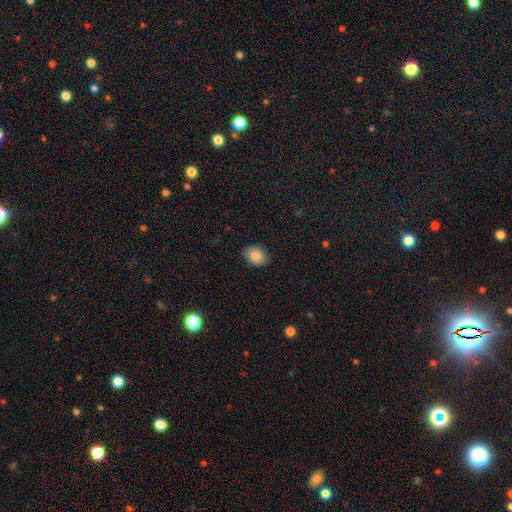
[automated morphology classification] A smooth galaxy with no disk features (87%) that is in between round and cigar-shaped (63%). Merging: none (87%).